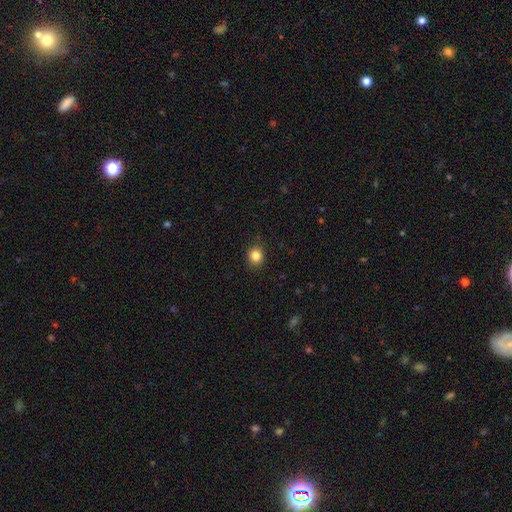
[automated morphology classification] smooth-or-featured: smooth: 85% | star or artifact: 11% | featured or disk: 4%
  how-rounded: round: 78% | in between: 21% | cigar-shaped: 1%
  merging: none: 89% | minor disturbance: 8% | major disturbance: 2% | merger: 1%